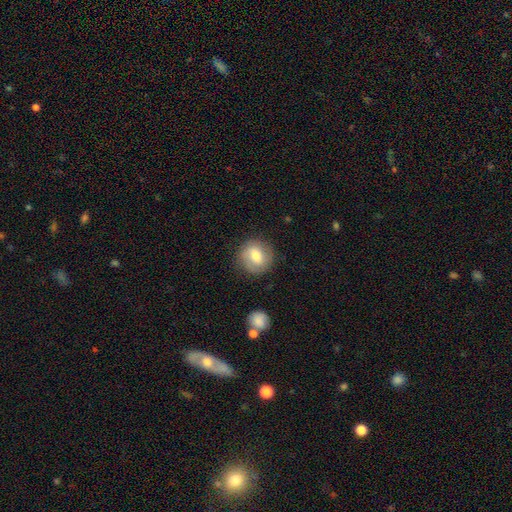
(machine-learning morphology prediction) Smooth or featured?
  - smooth: 64% *
  - featured or disk: 29%
  - star or artifact: 8%
How rounded?
  - round: 86% *
  - in between: 13%
  - cigar-shaped: 1%
Merging?
  - none: 83% *
  - minor disturbance: 12%
  - major disturbance: 4%
  - merger: 2%